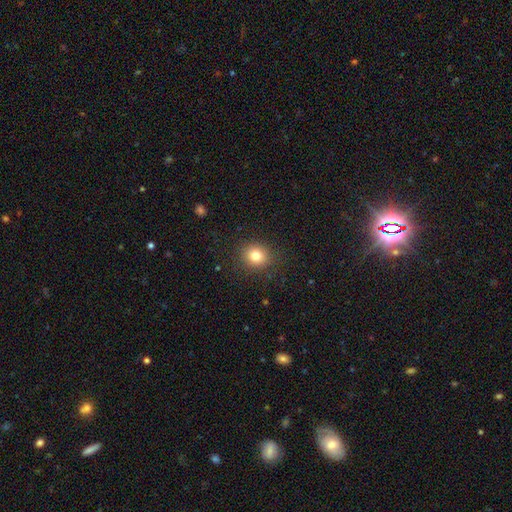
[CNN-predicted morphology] Q: Smooth or featured?
A: smooth (80%); runner-up: star or artifact (12%)
Q: How rounded?
A: round (82%); runner-up: in between (17%)
Q: Merging?
A: none (88%); runner-up: minor disturbance (8%)